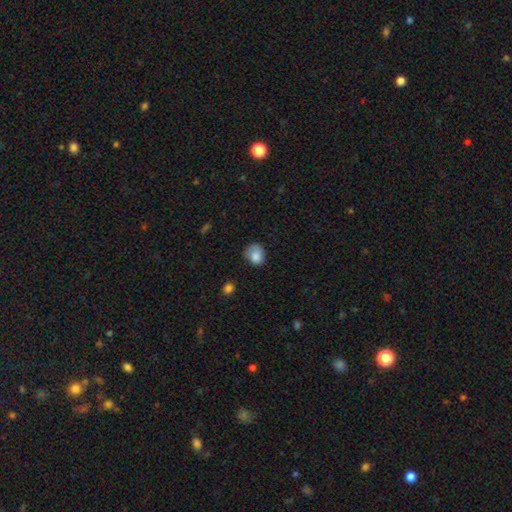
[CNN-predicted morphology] The model was most divided on "how rounded": round: 58%, in between: 41%, cigar-shaped: 1%. More confident: smooth or featured — smooth (81%); merging — none (52%).